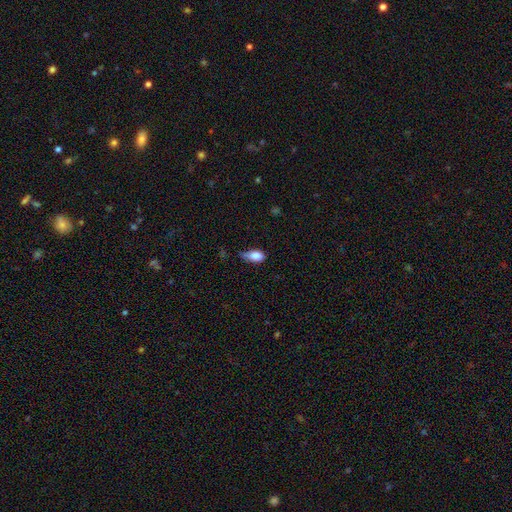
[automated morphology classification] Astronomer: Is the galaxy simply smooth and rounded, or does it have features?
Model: smooth — 82%.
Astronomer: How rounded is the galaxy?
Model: in between — 87%.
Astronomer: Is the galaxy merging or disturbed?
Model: minor disturbance — 47% (runner-up: none, 35%).